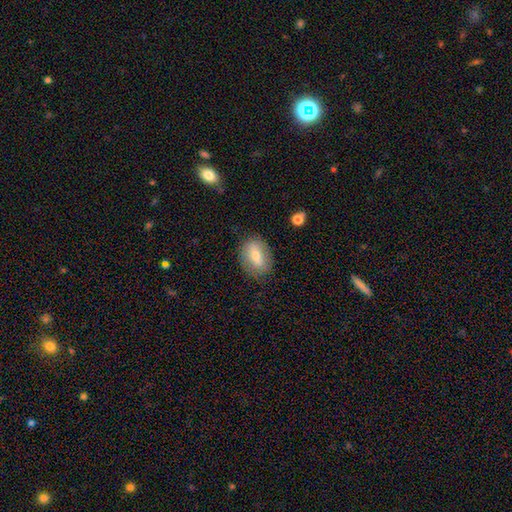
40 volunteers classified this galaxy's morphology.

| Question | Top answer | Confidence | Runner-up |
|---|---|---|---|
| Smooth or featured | smooth | 75% | featured or disk (22%) |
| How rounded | in between | 70% | round (27%) |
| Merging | none | 87% | minor disturbance (10%) |